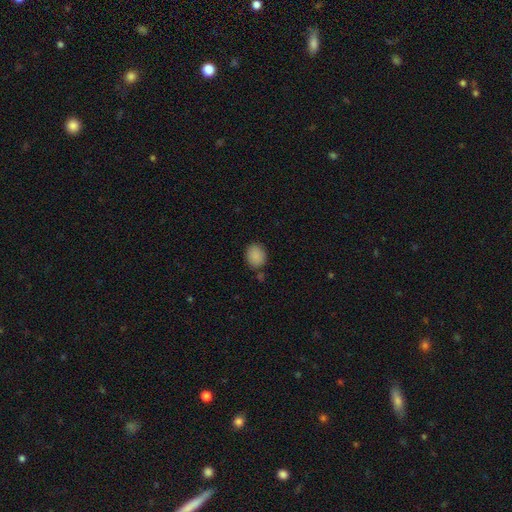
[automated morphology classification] smooth-or-featured: smooth: 88% | star or artifact: 9% | featured or disk: 3%
  how-rounded: round: 63% | in between: 36% | cigar-shaped: 1%
  merging: none: 79% | minor disturbance: 12% | merger: 6% | major disturbance: 3%